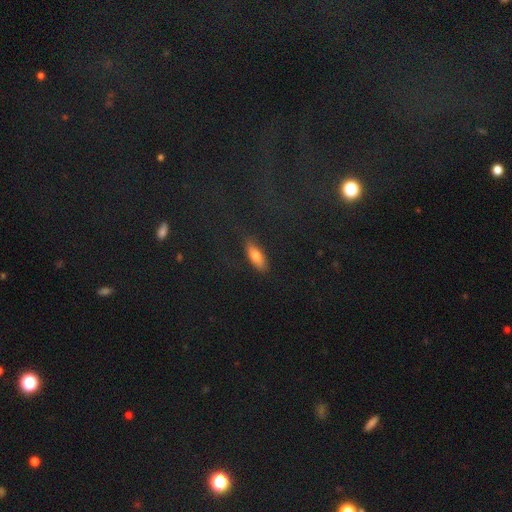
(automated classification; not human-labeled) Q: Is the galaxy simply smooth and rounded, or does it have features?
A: smooth — 71%.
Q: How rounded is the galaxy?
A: in between — 65%.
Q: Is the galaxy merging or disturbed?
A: none — 84%.